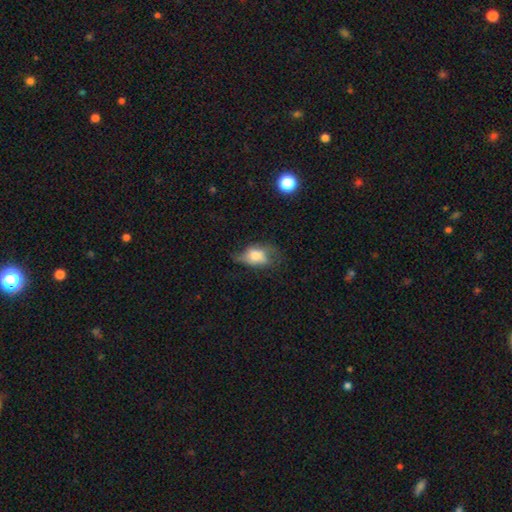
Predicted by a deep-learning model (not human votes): Smooth or featured? Predicted: smooth (p=0.58). How rounded? Predicted: in between (p=0.80). Merging? Predicted: none (p=0.37).